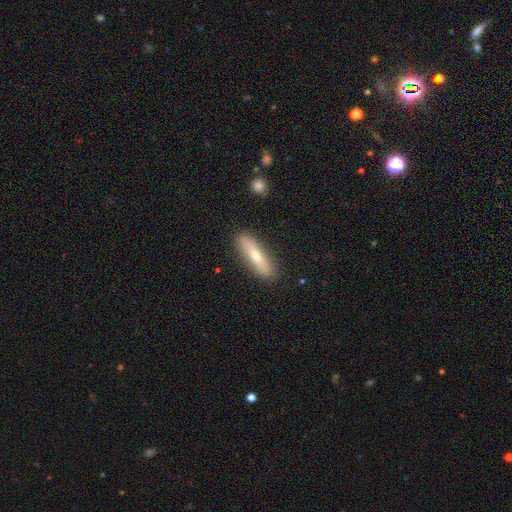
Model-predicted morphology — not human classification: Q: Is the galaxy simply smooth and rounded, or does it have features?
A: smooth — 61%.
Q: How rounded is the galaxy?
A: cigar-shaped — 73%.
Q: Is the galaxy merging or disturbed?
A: none — 88%.